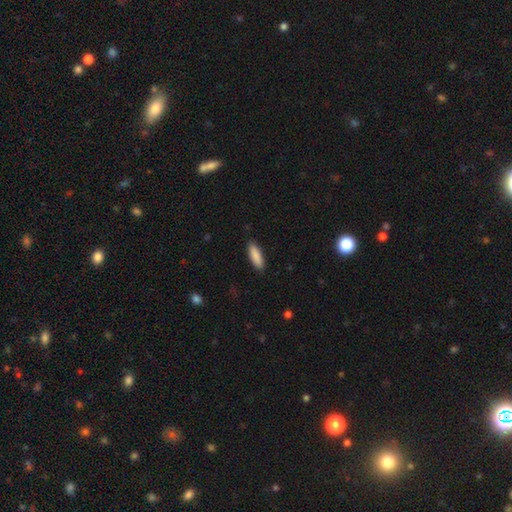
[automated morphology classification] The model was most divided on "how rounded": in between: 51%, cigar-shaped: 47%, round: 1%. More confident: smooth or featured — smooth (89%); merging — none (89%).